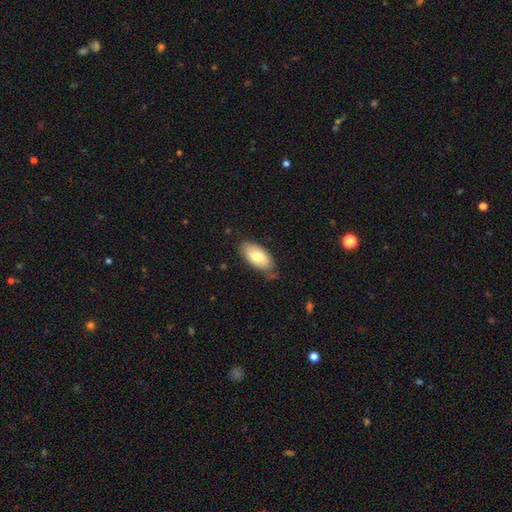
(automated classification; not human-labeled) This appears to be a smooth galaxy with no disk features (76%) that is in between round and cigar-shaped (93%). Merging: none (68%).